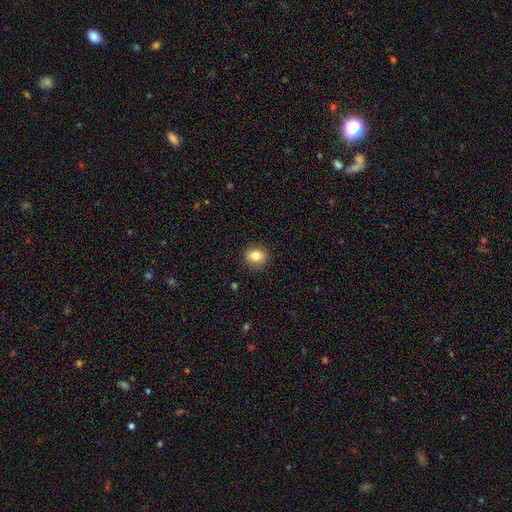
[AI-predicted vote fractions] Smooth or featured? smooth (82%)
How rounded? round (73%)
Merging? none (89%)